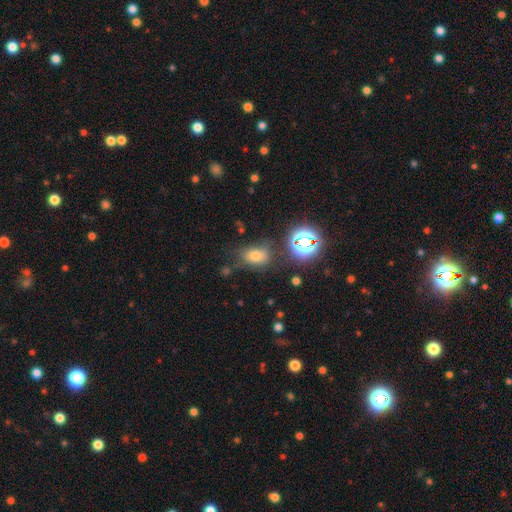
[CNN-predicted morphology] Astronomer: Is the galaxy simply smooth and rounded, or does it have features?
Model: smooth — 67%.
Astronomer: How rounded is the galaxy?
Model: in between — 68%.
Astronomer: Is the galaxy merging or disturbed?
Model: none — 68%.